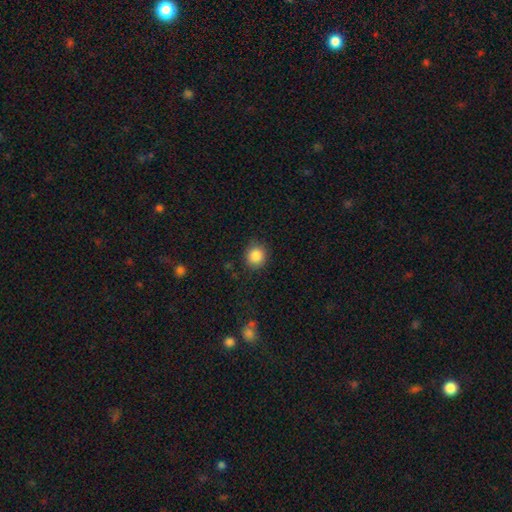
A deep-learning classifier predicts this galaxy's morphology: smooth 86%, star or artifact 10%, featured or disk 4%. Down the decision tree: how rounded — round (88%); merging — none (87%).